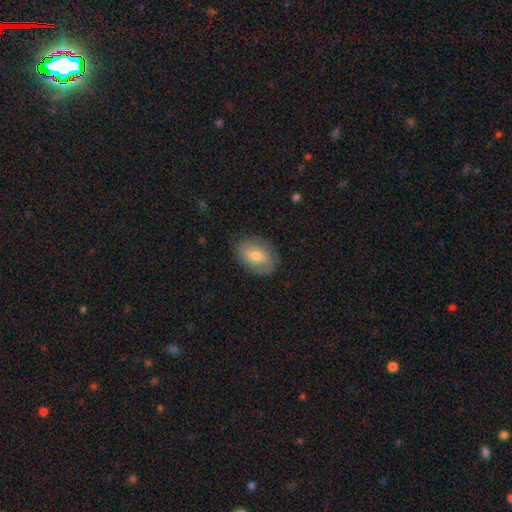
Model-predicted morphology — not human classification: smooth 63%, featured or disk 29%, star or artifact 8%. Down the decision tree: how rounded — in between (78%); merging — none (78%).